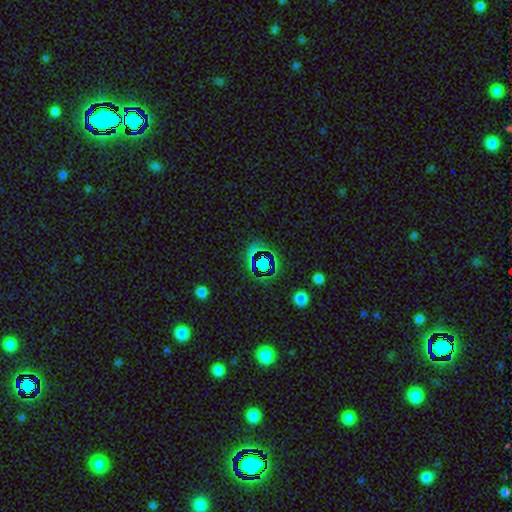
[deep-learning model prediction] Smooth or featured: star or artifact — 65% (smooth — 25%)